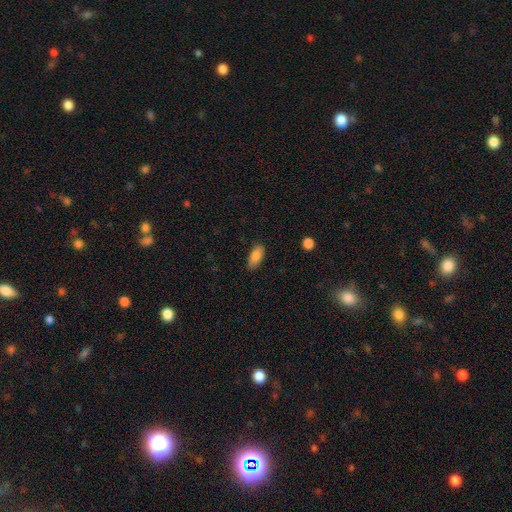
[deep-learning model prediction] A smooth galaxy with no disk features (82%) that is in between round and cigar-shaped (85%). Merging: none (83%).